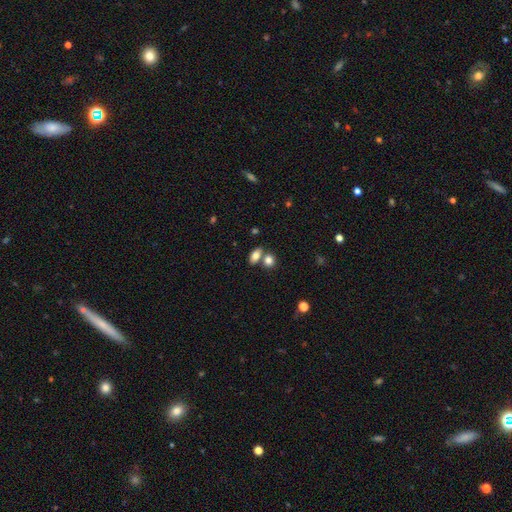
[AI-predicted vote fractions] smooth_or_featured: smooth (p=0.80) [alt: featured or disk p=0.12]
how_rounded: in between (p=0.84) [alt: round p=0.11]
merging: none (p=0.56) [alt: merger p=0.31]